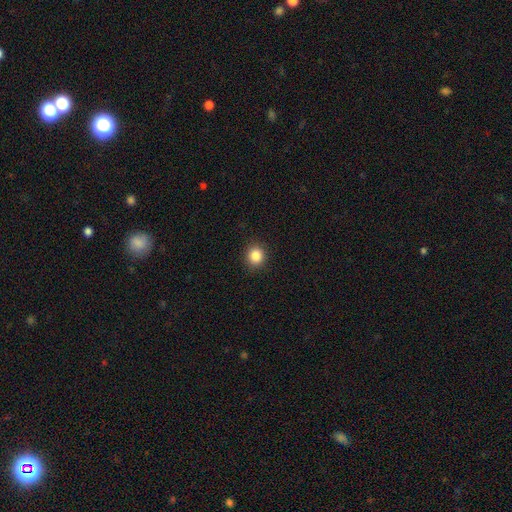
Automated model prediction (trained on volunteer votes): Overall: smooth (86%). How rounded: round (83%). Merging: none (90%).